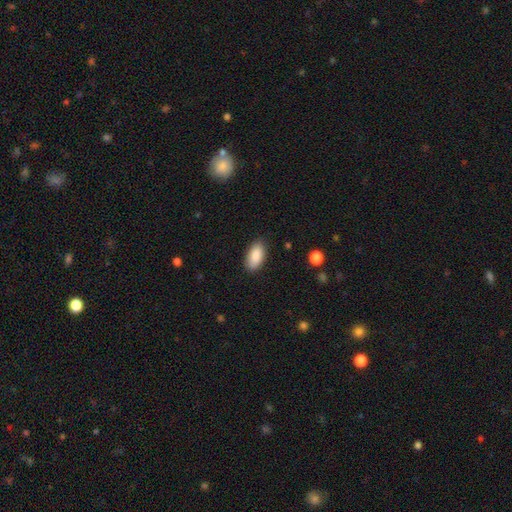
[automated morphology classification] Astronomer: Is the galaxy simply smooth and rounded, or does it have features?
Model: smooth — 89%.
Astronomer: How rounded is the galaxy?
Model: in between — 92%.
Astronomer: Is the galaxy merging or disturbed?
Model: none — 87%.